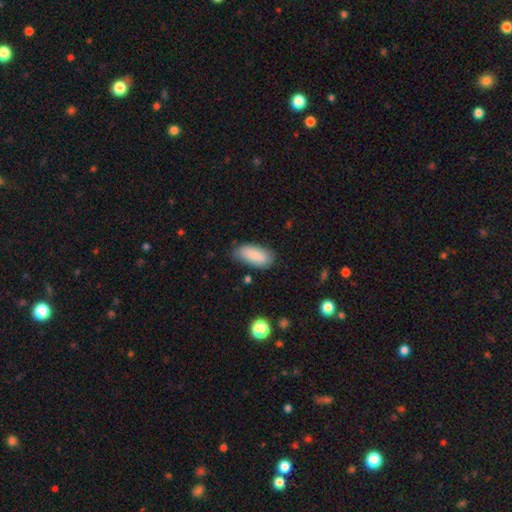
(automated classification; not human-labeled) Morphology: type=smooth (85%); roundness=in between (89%); merging=none (71%).